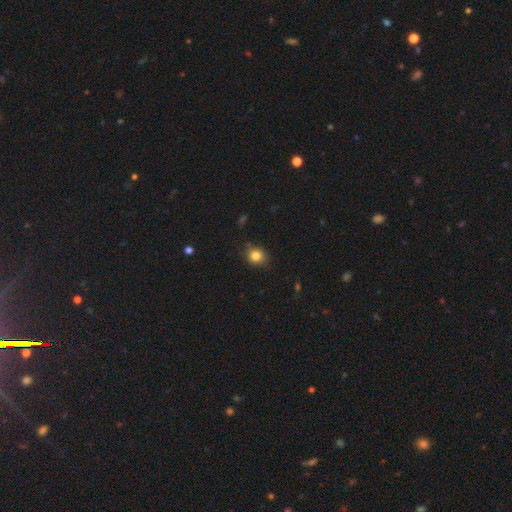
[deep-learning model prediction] smooth-or-featured: smooth: 83% | star or artifact: 11% | featured or disk: 6%
  how-rounded: round: 70% | in between: 29% | cigar-shaped: 1%
  merging: none: 80% | minor disturbance: 16% | major disturbance: 3% | merger: 1%